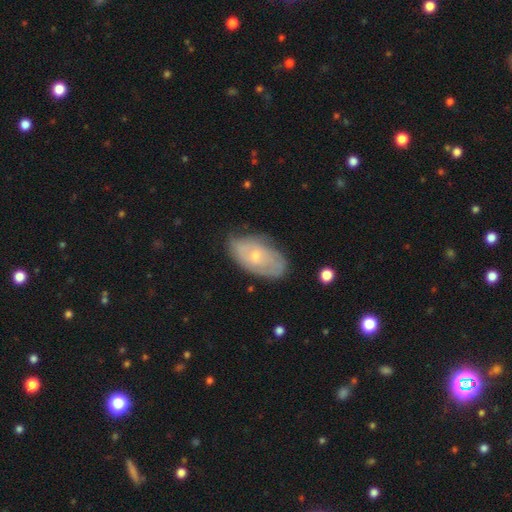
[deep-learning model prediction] Smooth or featured: featured or disk — 53% (smooth — 41%)
Edge-on disk: no — 91% (yes — 9%)
Merging: none — 65% (minor disturbance — 27%)